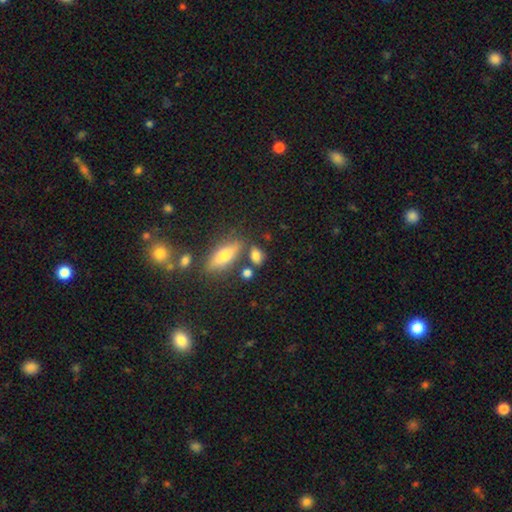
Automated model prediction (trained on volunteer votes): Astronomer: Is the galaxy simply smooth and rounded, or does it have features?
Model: smooth — 76%.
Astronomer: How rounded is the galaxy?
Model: in between — 70%.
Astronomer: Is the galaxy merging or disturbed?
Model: none — 66%.